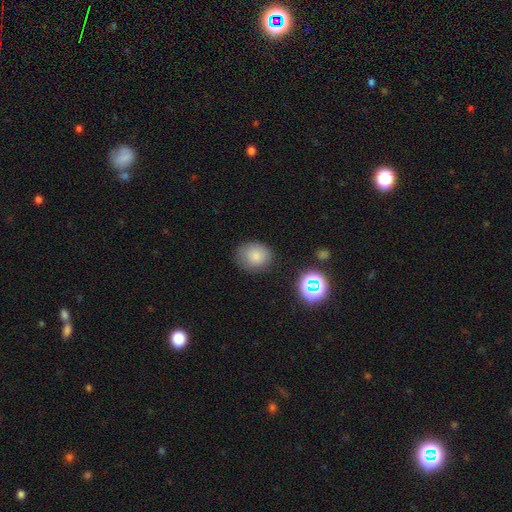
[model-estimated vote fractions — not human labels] Smooth or featured? smooth (81%)
How rounded? round (67%)
Merging? none (78%)